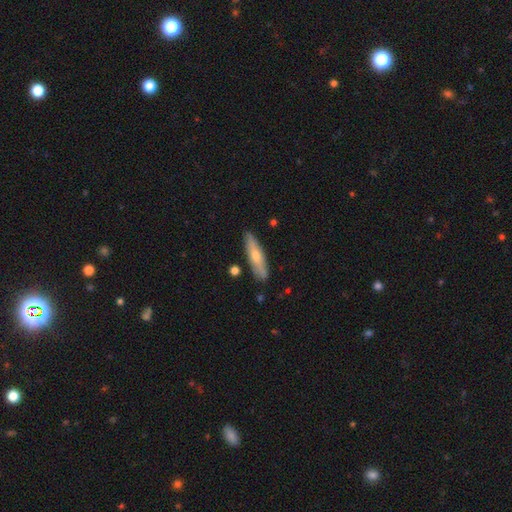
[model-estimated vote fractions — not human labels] A smooth galaxy with no disk features (54%) that is cigar-shaped (78%). Merging: none (86%).